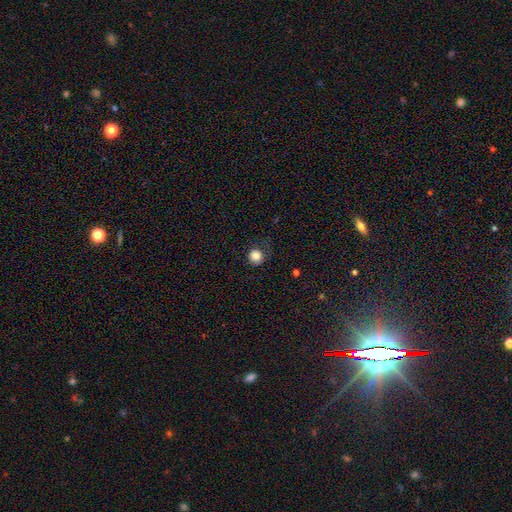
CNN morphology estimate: Smooth or featured? smooth (84%)
How rounded? round (91%)
Merging? none (70%)